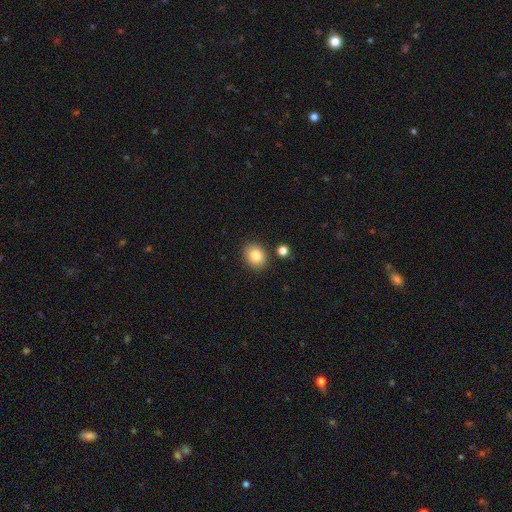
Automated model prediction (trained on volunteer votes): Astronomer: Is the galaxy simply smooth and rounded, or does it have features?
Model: smooth — 84%.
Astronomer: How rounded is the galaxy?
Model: round — 54% (runner-up: in between, 45%).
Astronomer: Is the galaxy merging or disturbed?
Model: none — 85%.